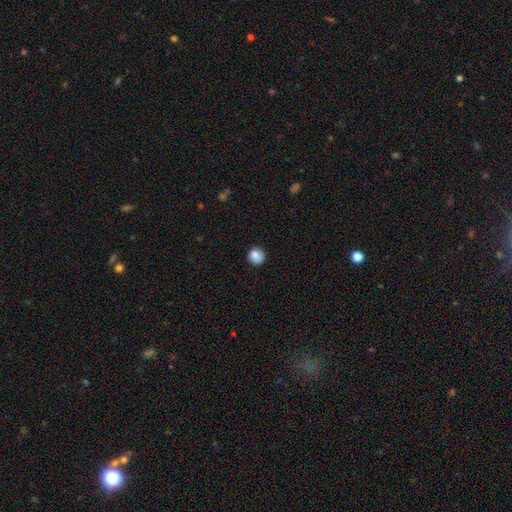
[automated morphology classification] A smooth galaxy with no disk features (86%) that is round (89%).

Vote fractions:
- Smooth or featured? smooth: 86% / star or artifact: 9% / featured or disk: 5%
- How rounded? round: 89% / in between: 10% / cigar-shaped: 1%
- Merging? none: 86% / minor disturbance: 10% / major disturbance: 3% / merger: 1%